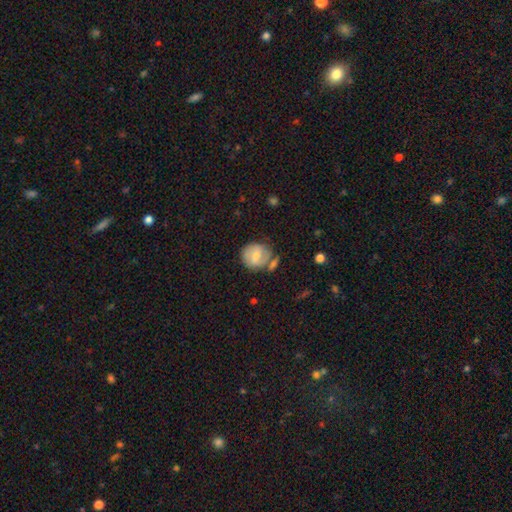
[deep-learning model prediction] Overall: smooth (60%; featured or disk 33%). How rounded: round (81%). Merging: none (58%; minor disturbance 20%).